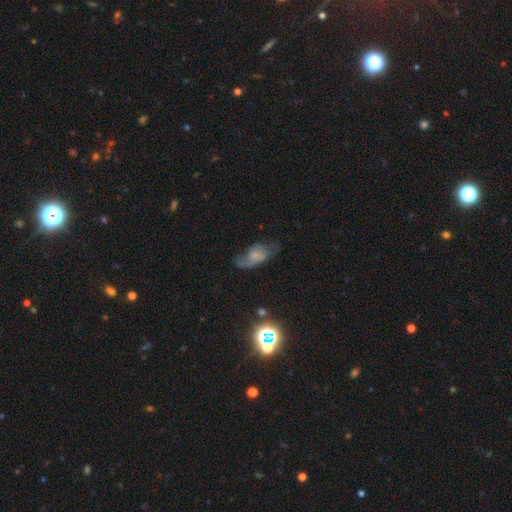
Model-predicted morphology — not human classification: The model was most divided on "smooth or featured": featured or disk: 50%, smooth: 39%, star or artifact: 11%. Remaining: edge-on disk — no (92%); merging — none (45%).